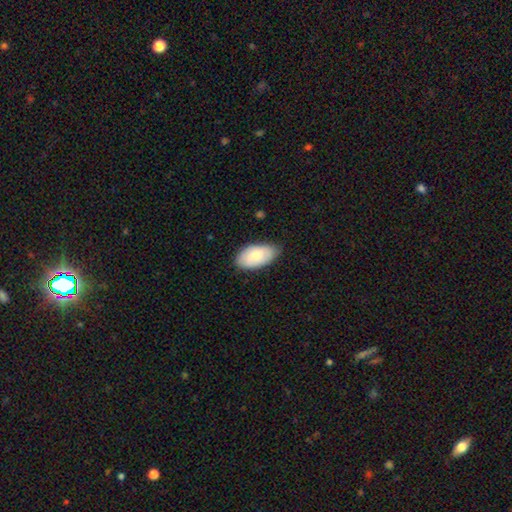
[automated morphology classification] Smooth or featured?
  - smooth: 70% *
  - featured or disk: 25%
  - star or artifact: 6%
How rounded?
  - in between: 95% *
  - round: 3%
  - cigar-shaped: 2%
Merging?
  - none: 77% *
  - minor disturbance: 19%
  - major disturbance: 3%
  - merger: 1%